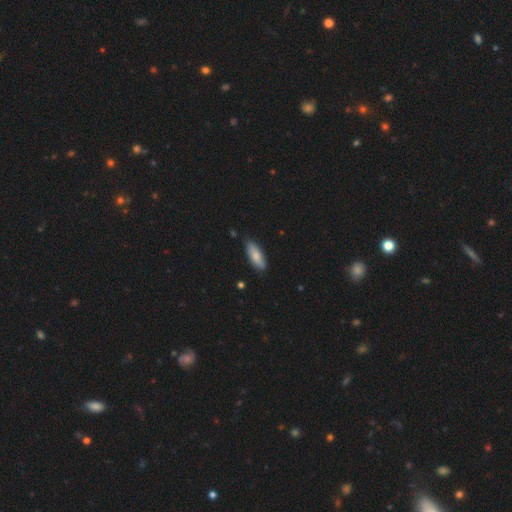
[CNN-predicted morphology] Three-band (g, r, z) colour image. It shows a smooth galaxy with no disk features (74%) that is in between round and cigar-shaped (66%). Merging: none (84%).